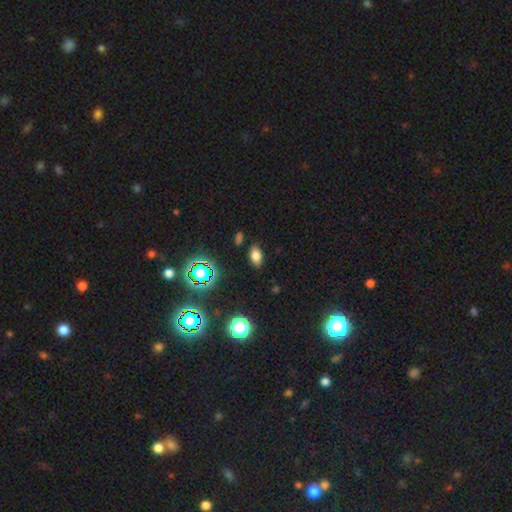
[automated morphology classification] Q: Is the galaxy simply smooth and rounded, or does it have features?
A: smooth — 75%.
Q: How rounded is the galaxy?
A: in between — 90%.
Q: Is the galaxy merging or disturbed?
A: none — 84%.